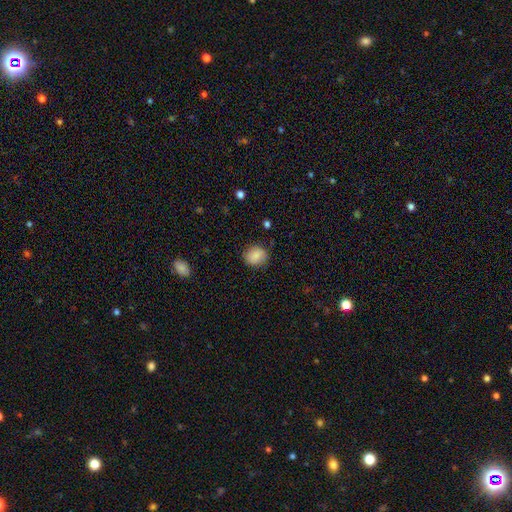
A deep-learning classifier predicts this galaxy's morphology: A smooth galaxy with no disk features (86%) that is round (73%). Merging: none (84%).